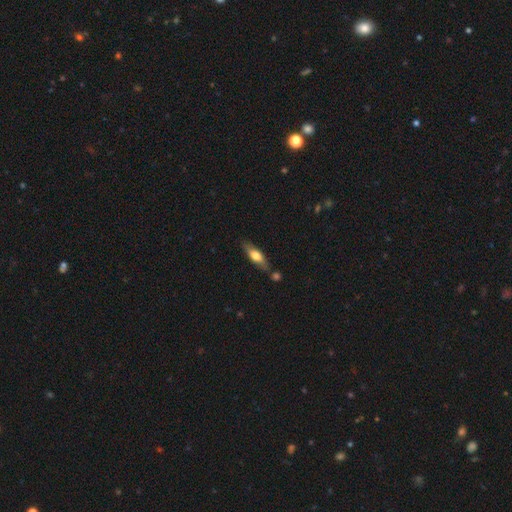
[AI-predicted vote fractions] The model was most divided on "how rounded": cigar-shaped: 51%, in between: 46%, round: 3%. More confident: merging — none (71%); smooth or featured — smooth (55%).